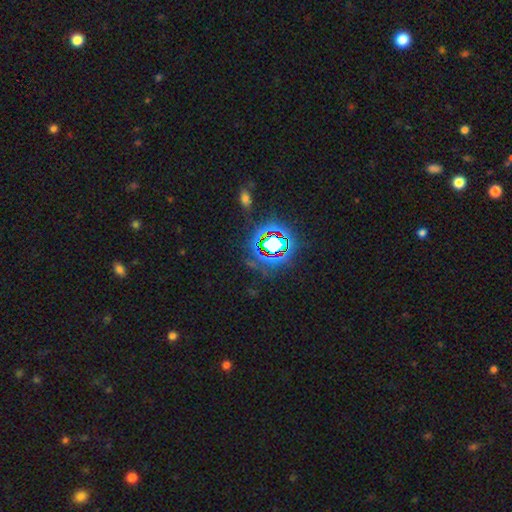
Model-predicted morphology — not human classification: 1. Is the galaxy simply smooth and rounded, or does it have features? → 75% star or artifact, 15% smooth, 10% featured or disk.